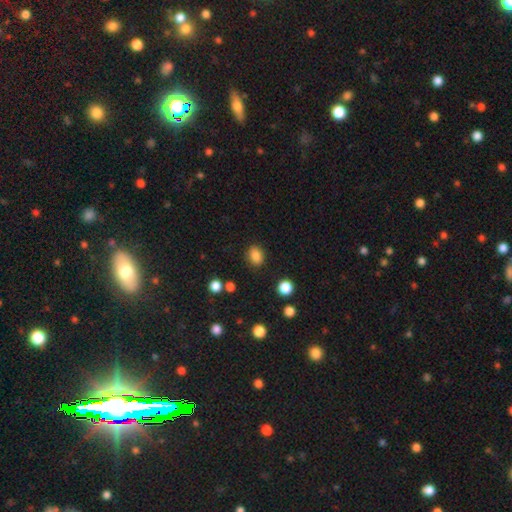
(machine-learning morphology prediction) Smooth or featured: smooth — 85% (star or artifact — 11%)
How rounded: in between — 63% (round — 36%)
Merging: none — 85% (minor disturbance — 10%)